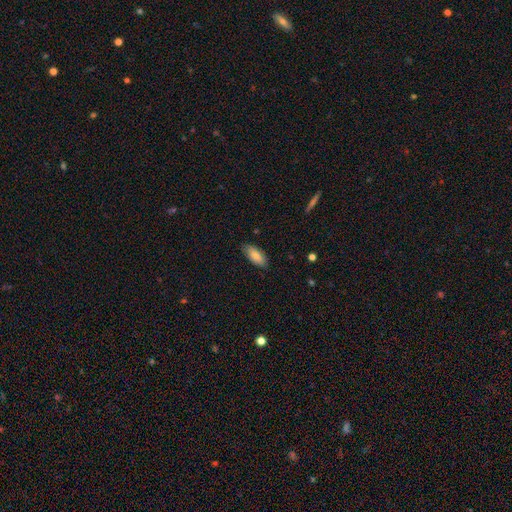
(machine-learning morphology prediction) This appears to be a smooth galaxy with no disk features (85%) that is in between round and cigar-shaped (86%). Merging: none (83%).